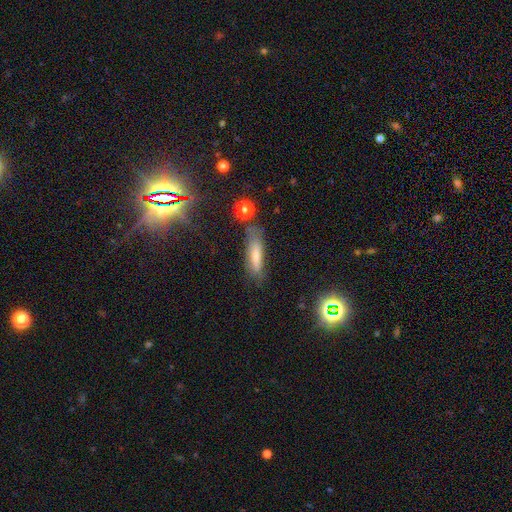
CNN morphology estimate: This is likely a smooth galaxy (71%). How rounded: likely cigar-shaped (64%). Merging: likely none (65%).